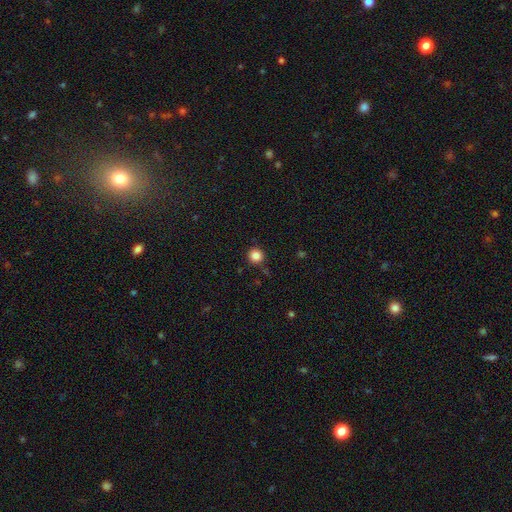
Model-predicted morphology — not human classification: Smooth or featured?
  - smooth: 84% *
  - star or artifact: 12%
  - featured or disk: 4%
How rounded?
  - round: 95% *
  - in between: 4%
  - cigar-shaped: 1%
Merging?
  - none: 87% *
  - minor disturbance: 8%
  - merger: 2%
  - major disturbance: 2%